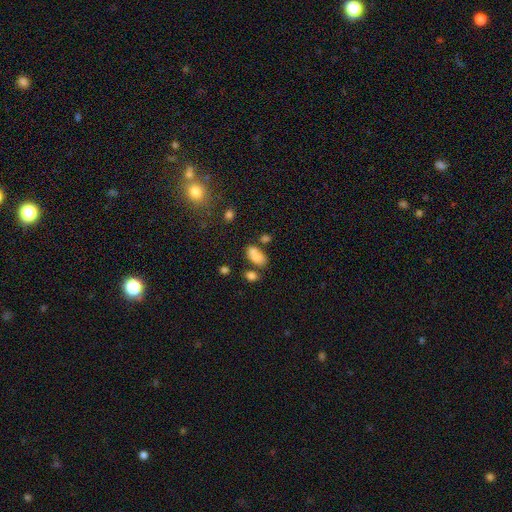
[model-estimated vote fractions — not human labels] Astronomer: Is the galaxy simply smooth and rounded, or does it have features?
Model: smooth — 75%.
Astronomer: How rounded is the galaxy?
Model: in between — 86%.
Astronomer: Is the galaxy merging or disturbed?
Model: merger — 40% (runner-up: none, 39%).